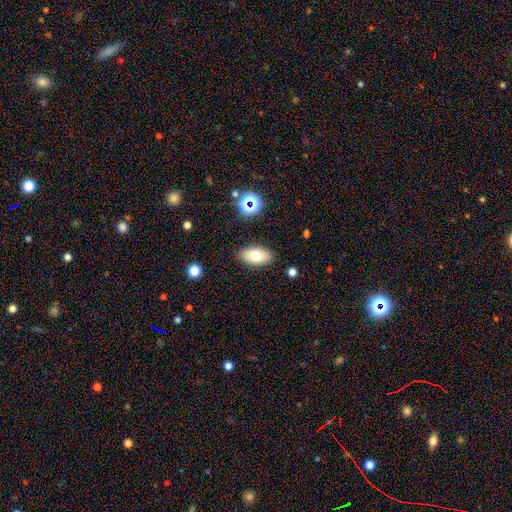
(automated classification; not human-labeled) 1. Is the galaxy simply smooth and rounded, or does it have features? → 74% smooth, 17% featured or disk, 9% star or artifact.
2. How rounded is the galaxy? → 92% in between, 5% round, 3% cigar-shaped.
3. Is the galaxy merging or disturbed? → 86% none, 10% minor disturbance, 2% major disturbance, 2% merger.